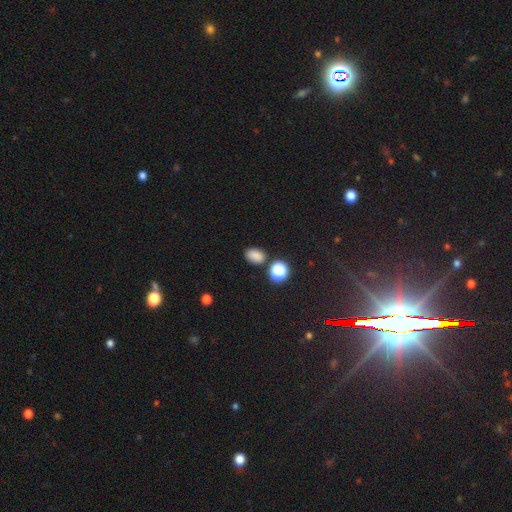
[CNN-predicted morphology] Smooth or featured: smooth — 81% (star or artifact — 15%)
How rounded: in between — 77% (round — 22%)
Merging: none — 78% (minor disturbance — 12%)